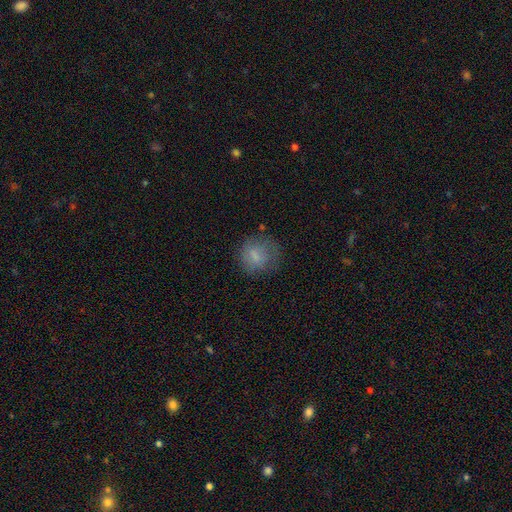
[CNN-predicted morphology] smooth-or-featured: smooth: 74% | featured or disk: 16% | star or artifact: 10%
  how-rounded: round: 76% | in between: 23% | cigar-shaped: 1%
  merging: none: 64% | minor disturbance: 21% | major disturbance: 12% | merger: 2%